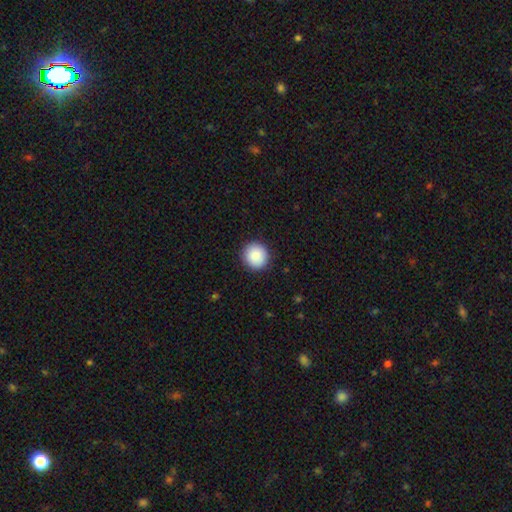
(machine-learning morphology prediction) Smooth or featured: smooth — 89% (star or artifact — 7%)
How rounded: round — 92% (in between — 7%)
Merging: none — 91% (minor disturbance — 6%)